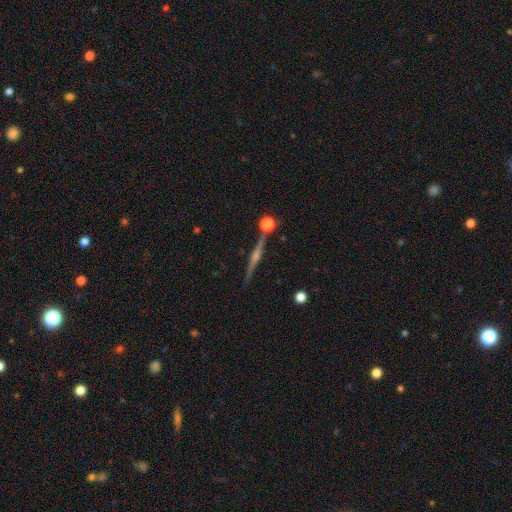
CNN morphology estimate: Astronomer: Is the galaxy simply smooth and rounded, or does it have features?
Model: featured or disk — 70%.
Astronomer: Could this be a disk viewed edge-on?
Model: yes — 92%.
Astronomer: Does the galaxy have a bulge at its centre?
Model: rounded — 81%.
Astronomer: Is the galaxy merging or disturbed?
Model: none — 76%.